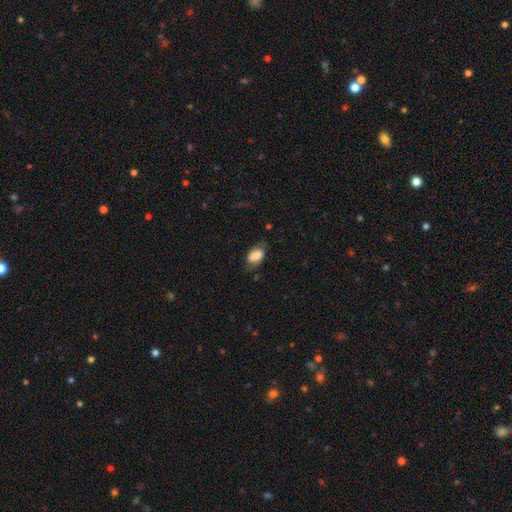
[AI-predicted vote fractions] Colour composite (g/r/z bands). It shows a smooth galaxy with no disk features (74%) that is in between round and cigar-shaped (90%). Merging: none (63%).